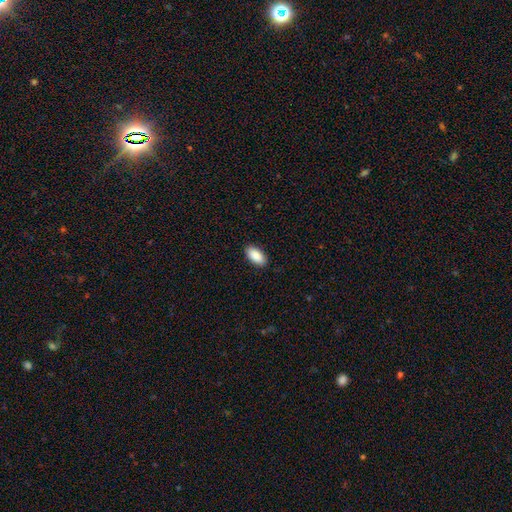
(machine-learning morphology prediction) A smooth galaxy with no disk features (91%) that is in between round and cigar-shaped (94%).

Vote fractions:
- Smooth or featured? smooth: 91% / star or artifact: 6% / featured or disk: 3%
- How rounded? in between: 94% / cigar-shaped: 3% / round: 2%
- Merging? none: 89% / minor disturbance: 8% / major disturbance: 2% / merger: 1%